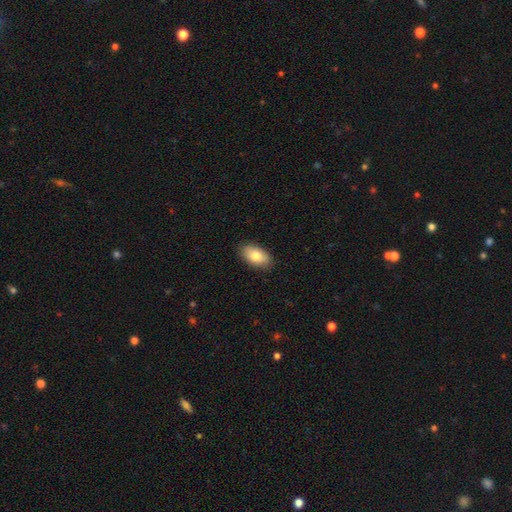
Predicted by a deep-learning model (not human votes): Smooth or featured? smooth (82%)
How rounded? in between (94%)
Merging? none (88%)